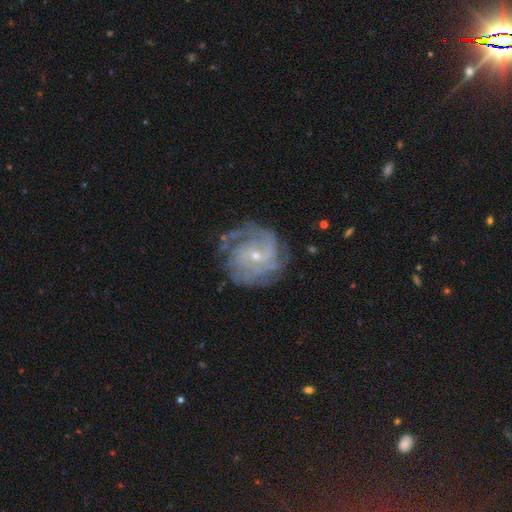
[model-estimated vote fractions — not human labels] featured or disk 84%, smooth 9%, star or artifact 7%. Down the decision tree: edge-on disk — no (98%); bar — no (66%); spiral arms — yes (94%); spiral arm count — can't tell (35%); spiral winding — tight (58%); bulge size — small (78%); merging — none (67%).